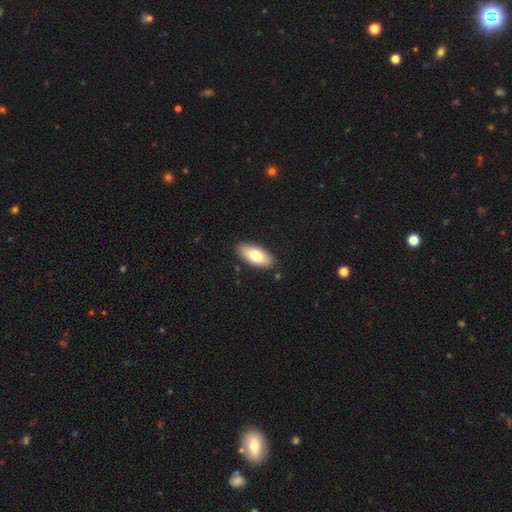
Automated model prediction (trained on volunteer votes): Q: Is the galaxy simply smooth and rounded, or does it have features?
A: smooth — 73%.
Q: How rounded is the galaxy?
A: in between — 89%.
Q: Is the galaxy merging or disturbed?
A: none — 88%.